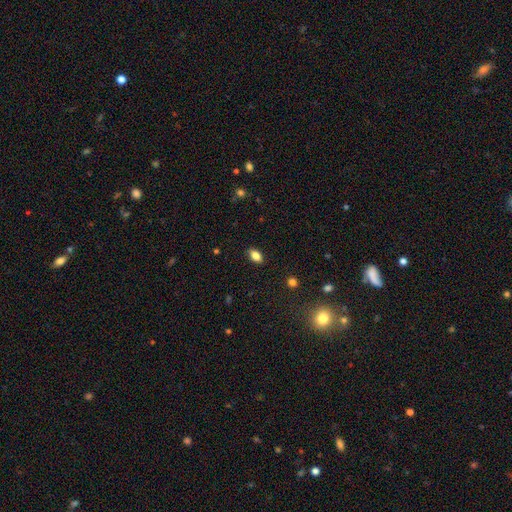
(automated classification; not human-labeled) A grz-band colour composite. It shows a smooth galaxy with no disk features (84%) that is in between round and cigar-shaped (88%). Merging: none (87%).